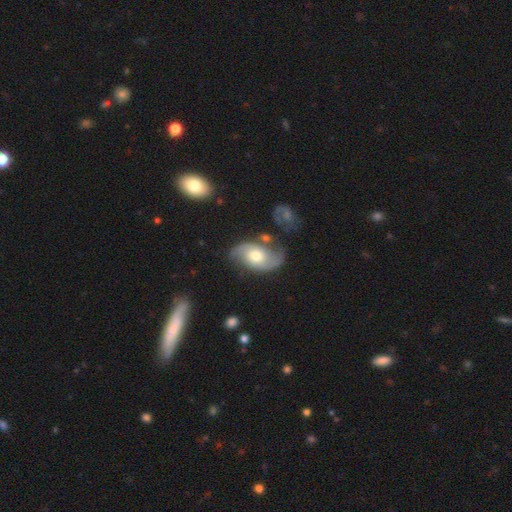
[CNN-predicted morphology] This appears to be a featured or disk galaxy (73%) with no bar (71%), 2 (87%) medium (43%) spiral arms (90%) and a moderate central bulge (71%). Merging: none (58%).